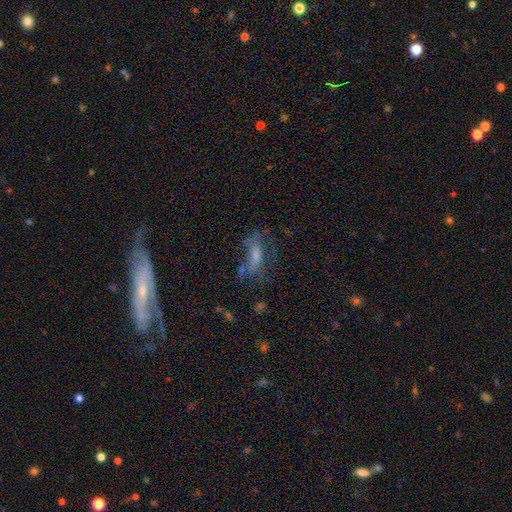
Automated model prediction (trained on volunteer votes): featured or disk 42%, smooth 39%, star or artifact 19%. Down the decision tree: merging — none (47%).